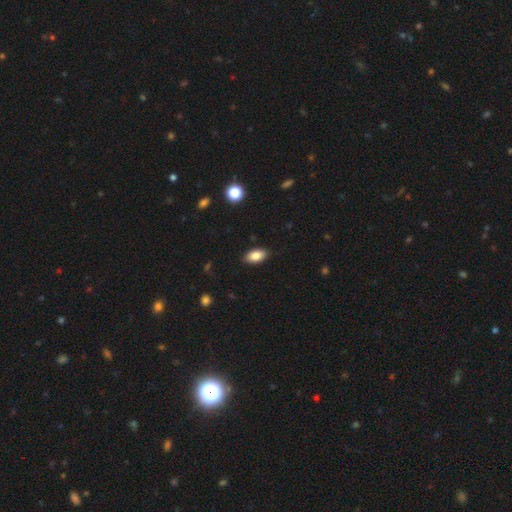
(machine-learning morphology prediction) A smooth galaxy with no disk features (85%) that is in between round and cigar-shaped (92%). Merging: none (88%).